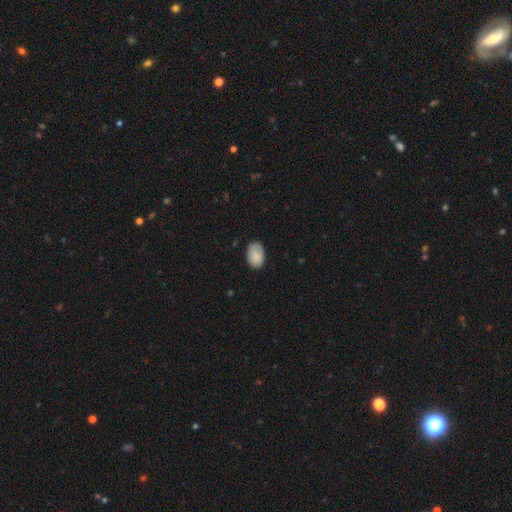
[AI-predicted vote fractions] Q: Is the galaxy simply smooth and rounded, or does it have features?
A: smooth — 87%.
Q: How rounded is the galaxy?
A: in between — 84%.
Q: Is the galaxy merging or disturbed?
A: none — 75%.